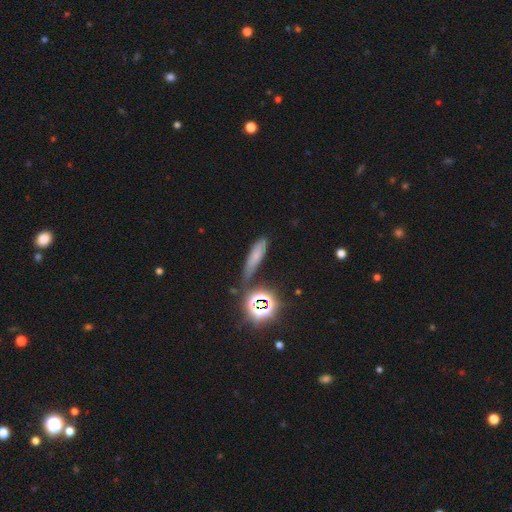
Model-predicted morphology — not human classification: Smooth or featured? Predicted: smooth (p=0.57). How rounded? Predicted: cigar-shaped (p=0.67). Merging? Predicted: none (p=0.65).